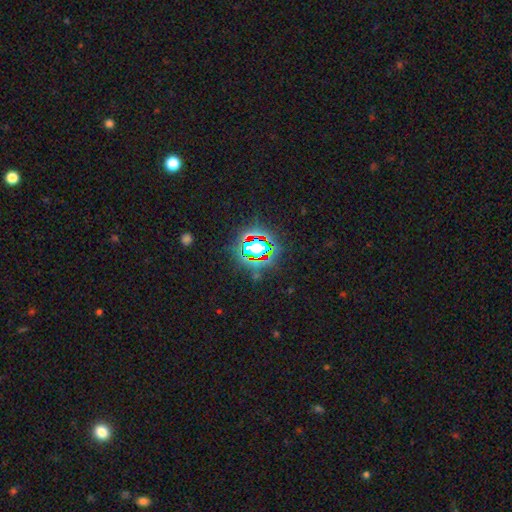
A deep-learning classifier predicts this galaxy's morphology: Q: Smooth or featured?
A: star or artifact (82%); runner-up: smooth (11%)